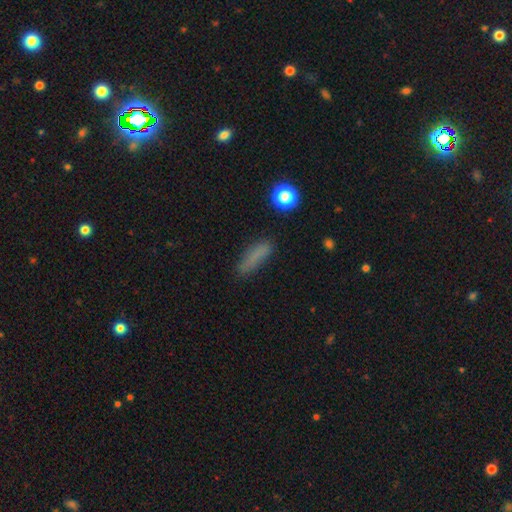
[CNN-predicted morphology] A smooth galaxy with no disk features (78%) that is cigar-shaped (71%). Merging: none (77%).